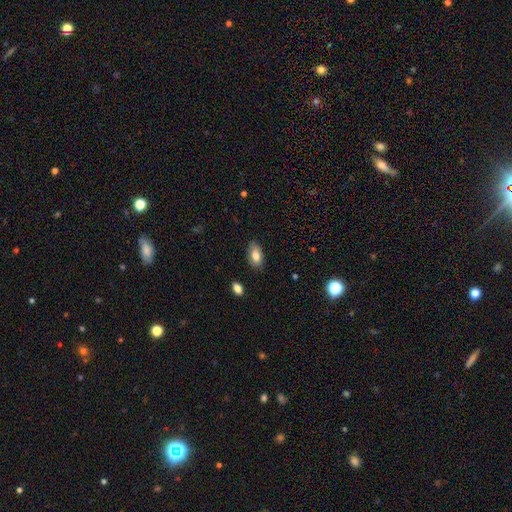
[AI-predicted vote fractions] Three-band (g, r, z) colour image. It shows a smooth galaxy with no disk features (80%) that is in between round and cigar-shaped (93%). Merging: none (84%).